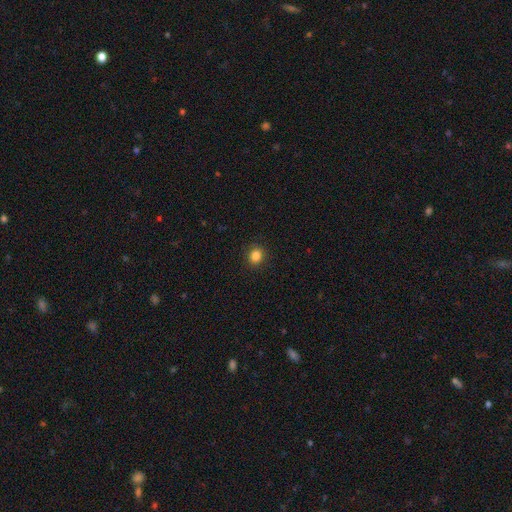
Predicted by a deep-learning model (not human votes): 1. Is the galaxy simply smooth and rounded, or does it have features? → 85% smooth, 11% star or artifact, 4% featured or disk.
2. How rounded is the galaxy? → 77% round, 22% in between, 1% cigar-shaped.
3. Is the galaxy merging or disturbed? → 91% none, 6% minor disturbance, 2% major disturbance, 1% merger.